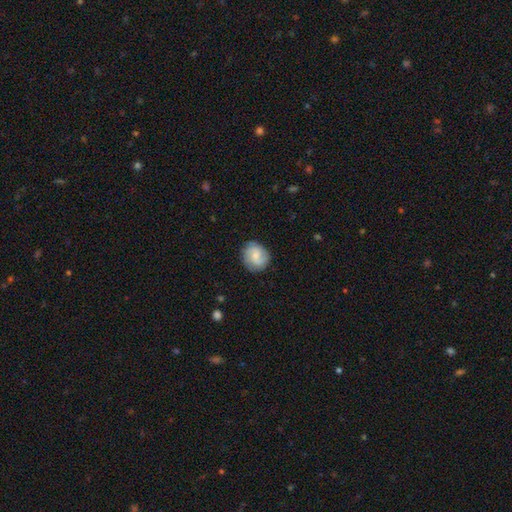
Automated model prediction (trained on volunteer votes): Q: Smooth or featured?
A: smooth (48%); runner-up: featured or disk (46%)
Q: Merging?
A: none (80%); runner-up: minor disturbance (14%)